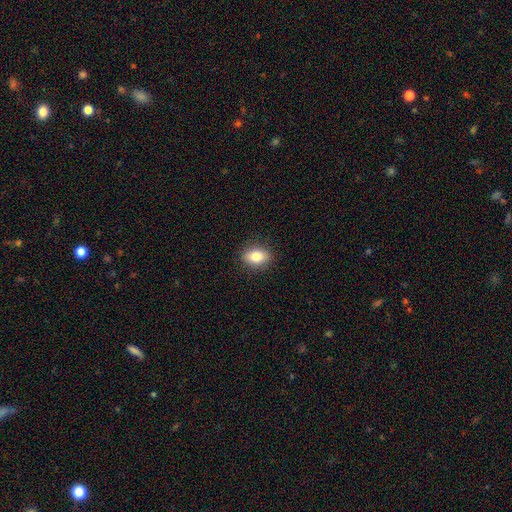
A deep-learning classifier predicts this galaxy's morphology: smooth 82%, featured or disk 9%, star or artifact 8%. Down the decision tree: how rounded — in between (77%); merging — none (89%).